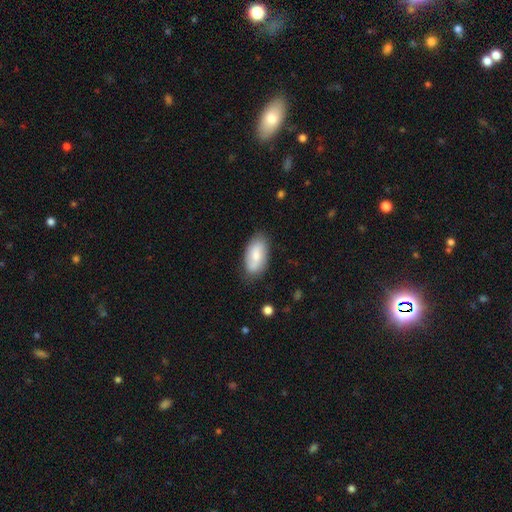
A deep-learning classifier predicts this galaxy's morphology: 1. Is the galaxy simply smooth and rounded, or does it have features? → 63% smooth, 31% featured or disk, 6% star or artifact.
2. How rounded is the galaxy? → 93% in between, 4% cigar-shaped, 3% round.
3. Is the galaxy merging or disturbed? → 78% none, 17% minor disturbance, 4% major disturbance, 2% merger.